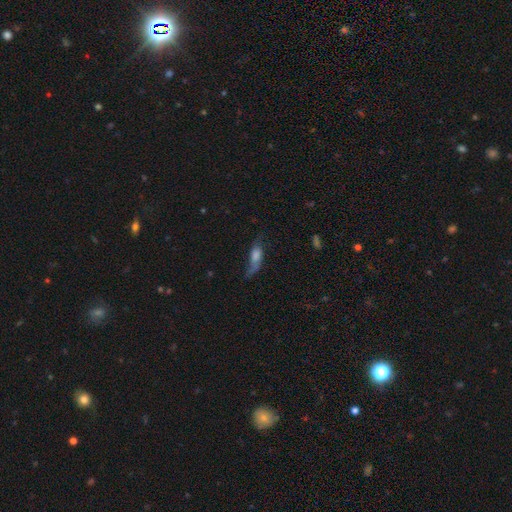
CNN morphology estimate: Smooth or featured: featured or disk — 45% (smooth — 43%)
Merging: none — 41% (major disturbance — 28%)